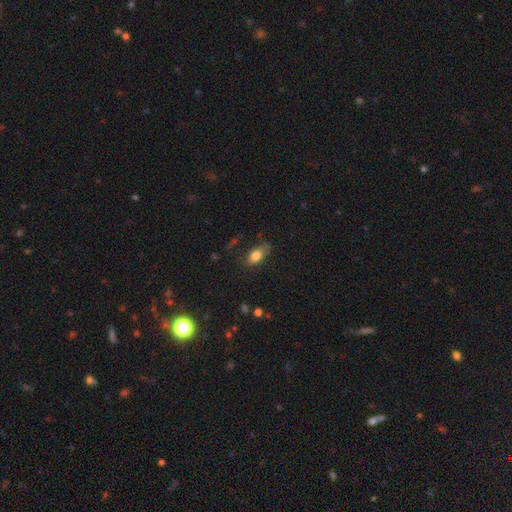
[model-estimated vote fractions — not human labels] Morphology: type=smooth (78%); roundness=in between (85%); merging=none (71%).